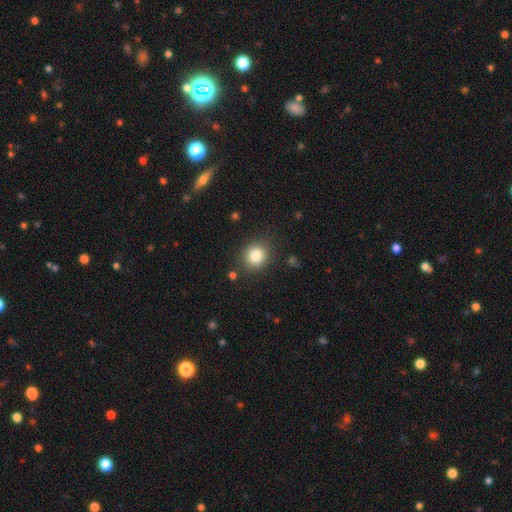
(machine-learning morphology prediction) Smooth or featured: smooth — 83% (star or artifact — 11%)
How rounded: round — 82% (in between — 18%)
Merging: none — 87% (minor disturbance — 8%)